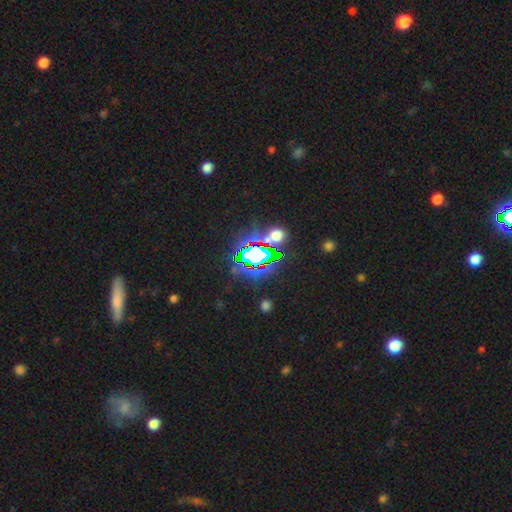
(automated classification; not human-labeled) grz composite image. It shows a star or artifact, not a galaxy (73%).